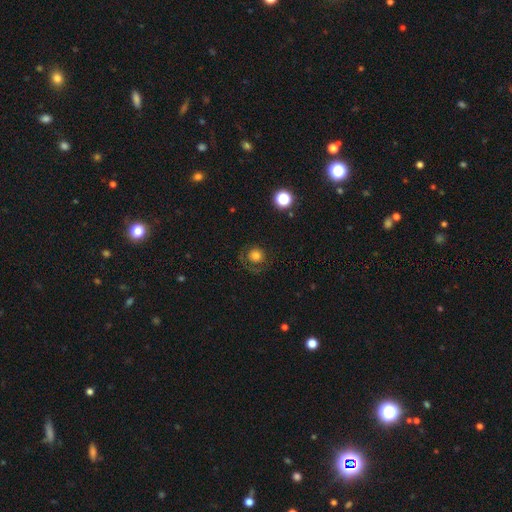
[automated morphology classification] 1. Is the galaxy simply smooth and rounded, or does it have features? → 68% smooth, 20% featured or disk, 12% star or artifact.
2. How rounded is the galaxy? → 89% round, 10% in between, 1% cigar-shaped.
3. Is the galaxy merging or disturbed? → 65% none, 17% major disturbance, 16% minor disturbance, 2% merger.